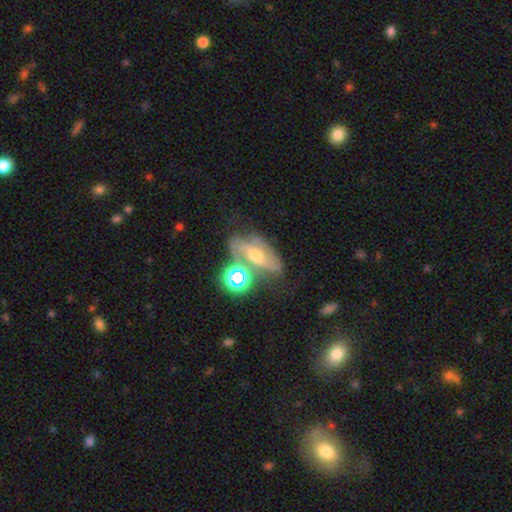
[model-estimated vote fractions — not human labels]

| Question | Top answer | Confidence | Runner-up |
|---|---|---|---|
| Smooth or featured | featured or disk | 55% | smooth (24%) |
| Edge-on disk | no | 85% | yes (15%) |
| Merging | none | 46% | merger (21%) |